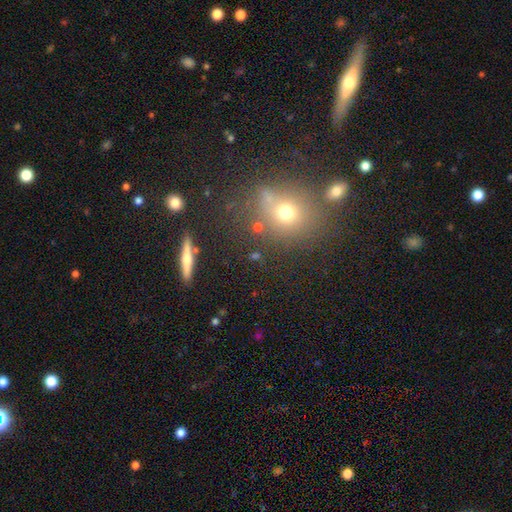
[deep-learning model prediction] smooth_or_featured: smooth (p=0.53) [alt: star or artifact p=0.28]
how_rounded: round (p=0.66) [alt: in between p=0.23]
merging: none (p=0.76) [alt: minor disturbance p=0.11]